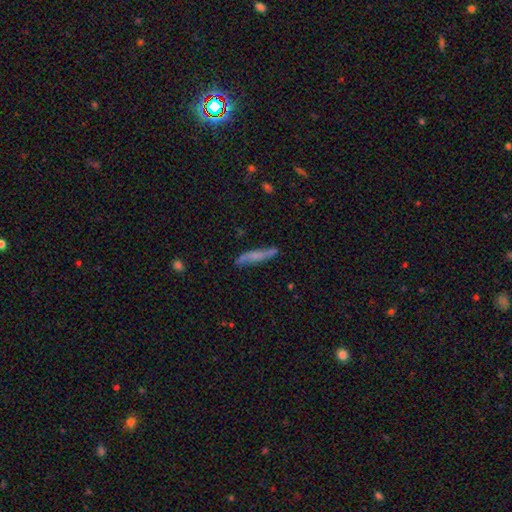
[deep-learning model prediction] This is possibly a smooth galaxy (49%). Merging: likely none (70%).